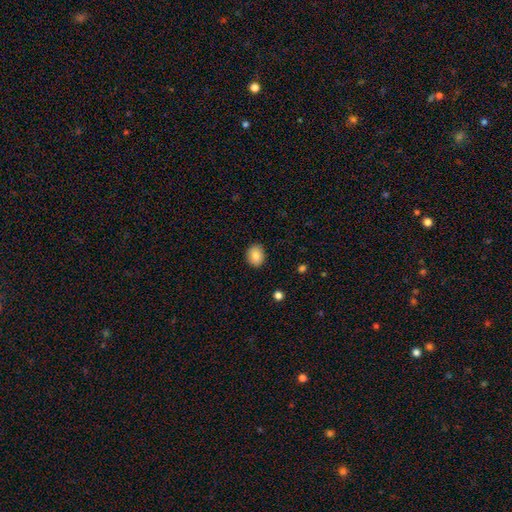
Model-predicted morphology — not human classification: This appears to be a smooth galaxy with no disk features (85%) that is round (62%). Merging: none (89%).